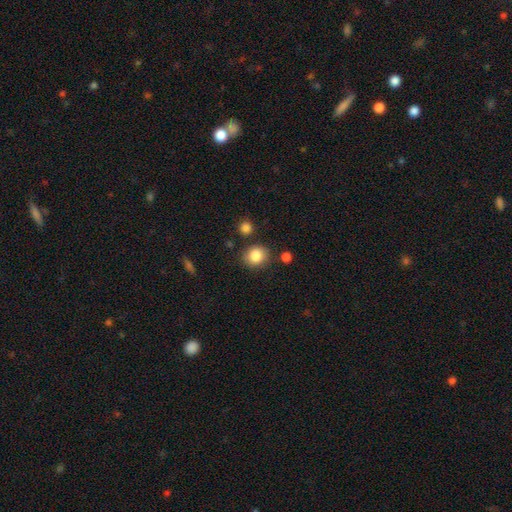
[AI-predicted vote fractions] Smooth or featured: smooth — 85% (star or artifact — 9%)
How rounded: round — 76% (in between — 23%)
Merging: none — 81% (minor disturbance — 11%)